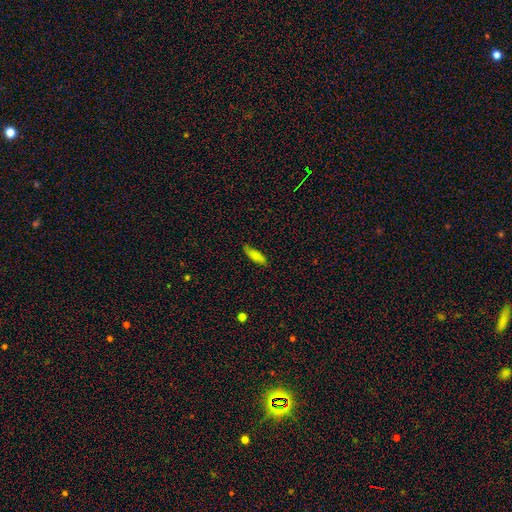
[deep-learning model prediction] Overall: smooth (81%). How rounded: cigar-shaped (51%; in between 47%). Merging: none (77%).